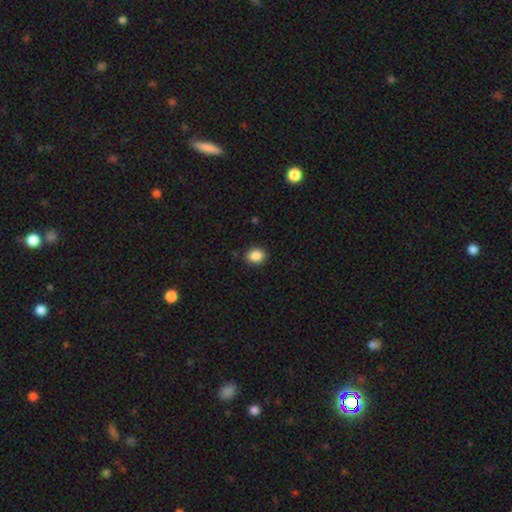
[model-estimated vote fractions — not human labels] smooth_or_featured: smooth (p=0.87) [alt: star or artifact p=0.09]
how_rounded: round (p=0.56) [alt: in between p=0.43]
merging: none (p=0.89) [alt: minor disturbance p=0.07]